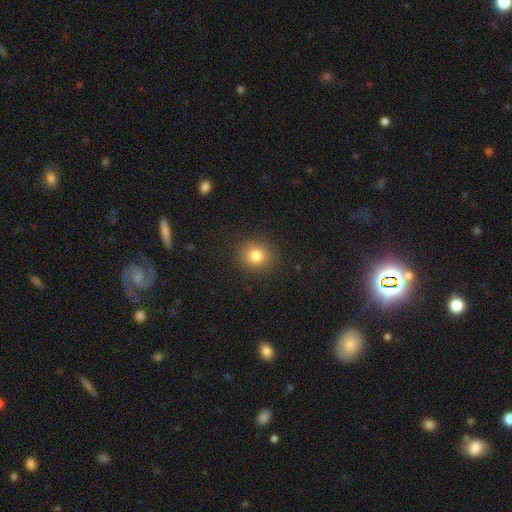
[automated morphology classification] Q: Smooth or featured?
A: smooth (81%); runner-up: star or artifact (12%)
Q: How rounded?
A: round (83%); runner-up: in between (16%)
Q: Merging?
A: none (90%); runner-up: minor disturbance (7%)